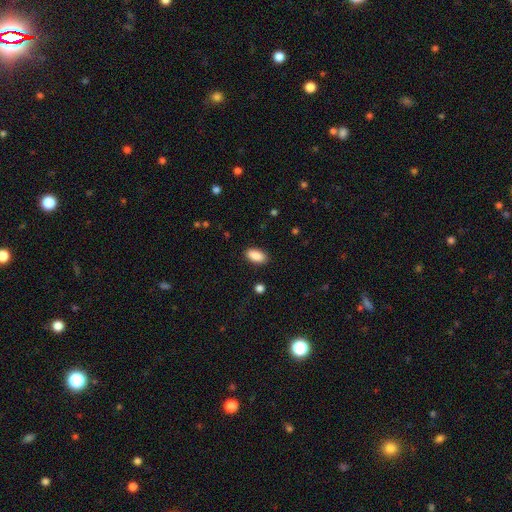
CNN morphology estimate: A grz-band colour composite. It shows a smooth galaxy with no disk features (89%) that is in between round and cigar-shaped (93%). Merging: none (88%).